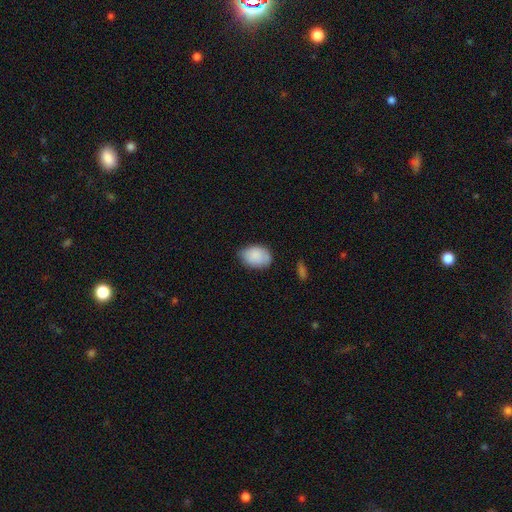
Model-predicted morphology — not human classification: A smooth galaxy with no disk features (85%) that is in between round and cigar-shaped (81%).

Vote fractions:
- Smooth or featured? smooth: 85% / featured or disk: 8% / star or artifact: 7%
- How rounded? in between: 81% / round: 18% / cigar-shaped: 1%
- Merging? none: 67% / minor disturbance: 26% / major disturbance: 5% / merger: 2%